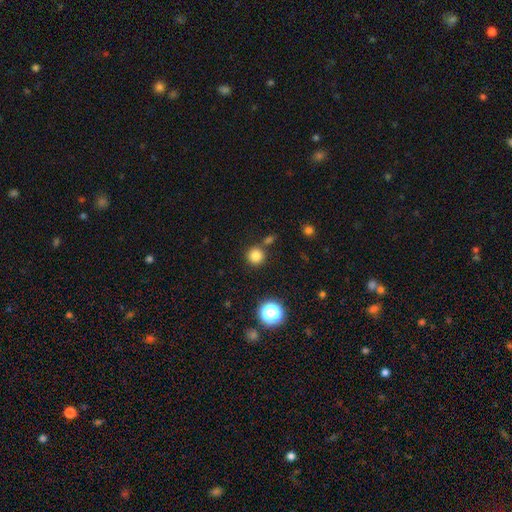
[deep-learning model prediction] Smooth or featured? Predicted: smooth (p=0.81). How rounded? Predicted: round (p=0.94). Merging? Predicted: none (p=0.80).